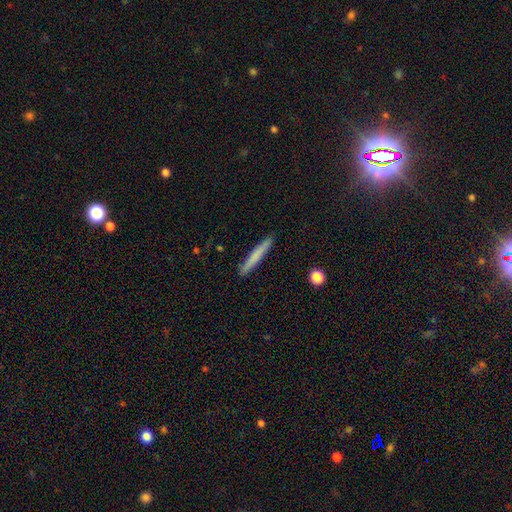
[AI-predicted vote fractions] Smooth or featured?
  - smooth: 71% *
  - featured or disk: 23%
  - star or artifact: 6%
How rounded?
  - cigar-shaped: 96% *
  - in between: 3%
  - round: 1%
Merging?
  - none: 91% *
  - minor disturbance: 6%
  - major disturbance: 1%
  - merger: 1%